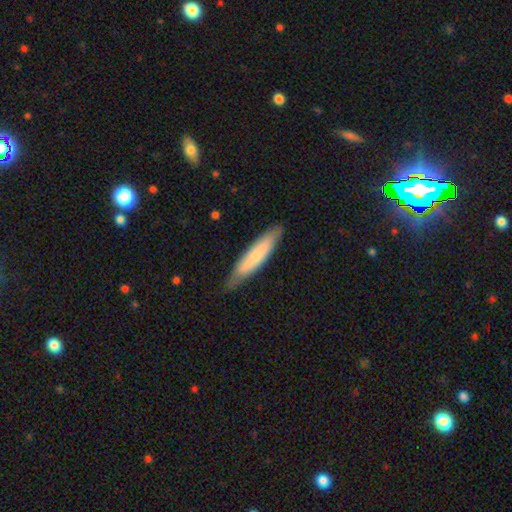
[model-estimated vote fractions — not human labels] Overall: smooth (68%). How rounded: cigar-shaped (83%). Merging: none (80%).